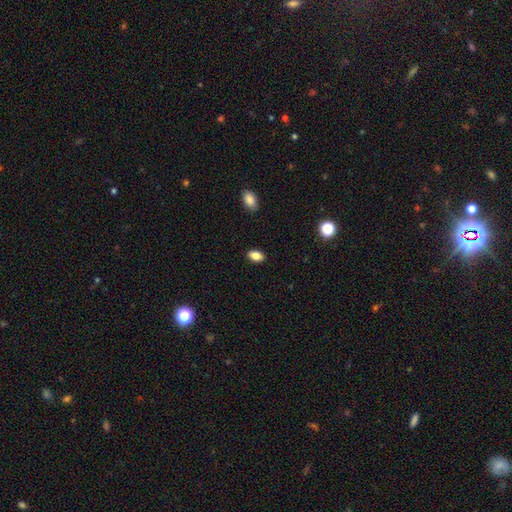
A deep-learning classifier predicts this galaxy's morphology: The model was most divided on "smooth or featured": smooth: 83%, star or artifact: 9%, featured or disk: 8%. More confident: merging — none (88%); how rounded — in between (87%).